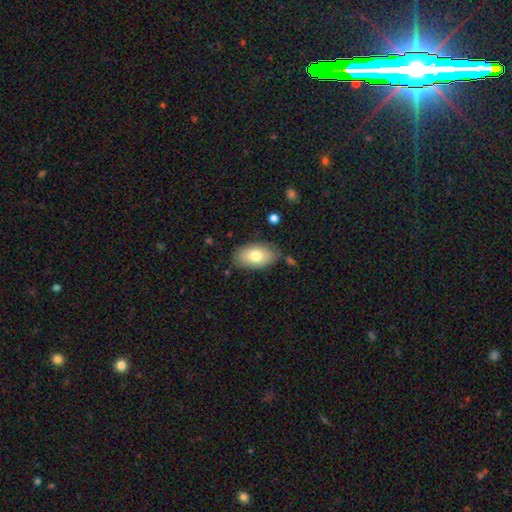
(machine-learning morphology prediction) Smooth or featured?
  - smooth: 77% *
  - featured or disk: 16%
  - star or artifact: 7%
How rounded?
  - in between: 93% *
  - round: 5%
  - cigar-shaped: 2%
Merging?
  - none: 81% *
  - minor disturbance: 14%
  - major disturbance: 3%
  - merger: 2%